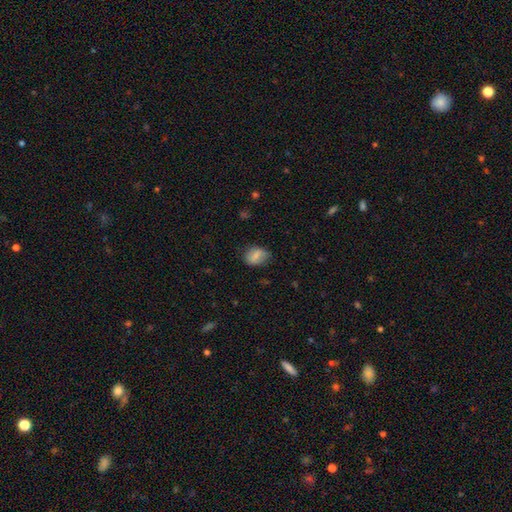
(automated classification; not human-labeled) smooth 72%, featured or disk 20%, star or artifact 9%. Down the decision tree: how rounded — in between (66%); merging — none (72%).